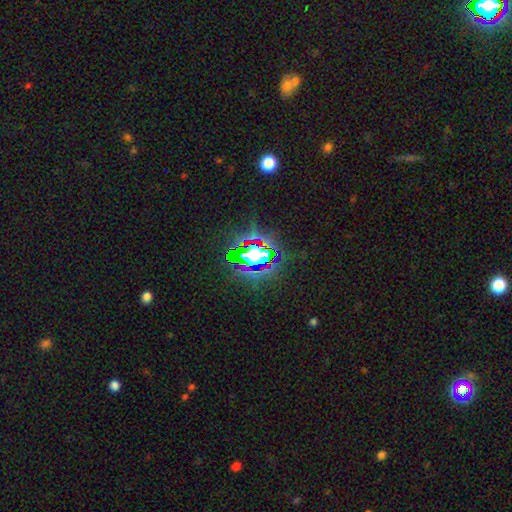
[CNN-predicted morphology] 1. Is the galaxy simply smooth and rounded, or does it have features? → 67% star or artifact, 19% smooth, 14% featured or disk.